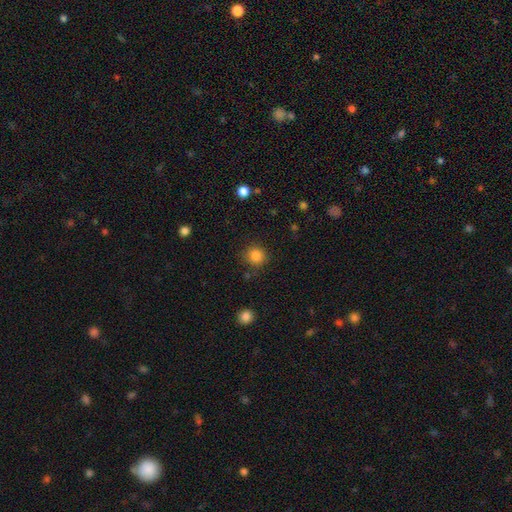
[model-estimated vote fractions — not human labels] A smooth galaxy with no disk features (84%) that is round (91%).

Vote fractions:
- Smooth or featured? smooth: 84% / star or artifact: 11% / featured or disk: 5%
- How rounded? round: 91% / in between: 8% / cigar-shaped: 1%
- Merging? none: 86% / minor disturbance: 9% / major disturbance: 3% / merger: 2%